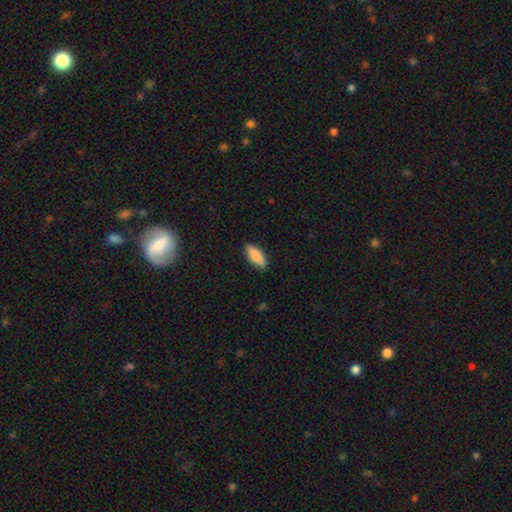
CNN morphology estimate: type=smooth (84%); roundness=in between (72%); merging=none (86%).